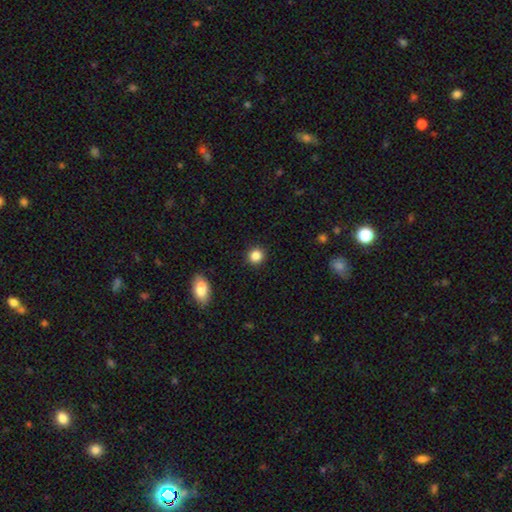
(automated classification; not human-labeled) Q: Smooth or featured?
A: smooth (86%); runner-up: star or artifact (11%)
Q: How rounded?
A: round (88%); runner-up: in between (10%)
Q: Merging?
A: none (92%); runner-up: minor disturbance (5%)